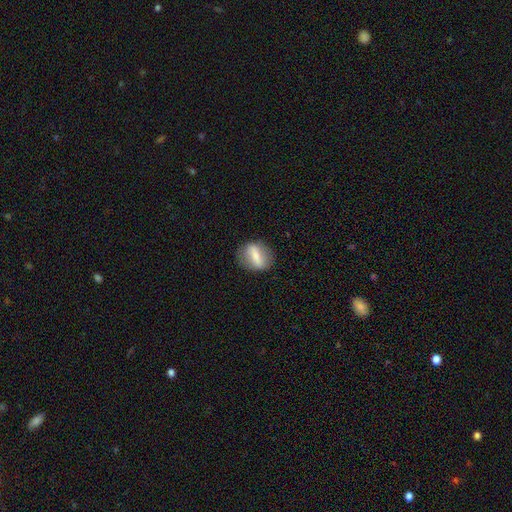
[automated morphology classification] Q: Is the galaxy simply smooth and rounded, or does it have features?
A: smooth — 52%.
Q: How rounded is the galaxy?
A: in between — 54%.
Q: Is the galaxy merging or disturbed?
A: none — 83%.